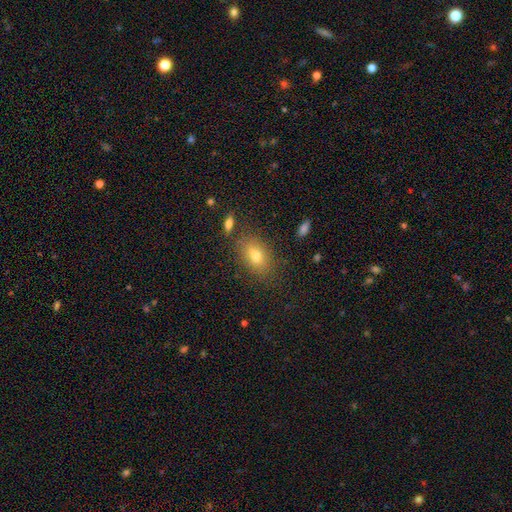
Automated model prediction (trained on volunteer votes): This appears to be a smooth galaxy with no disk features (75%) that is in between round and cigar-shaped (84%). Merging: none (78%).